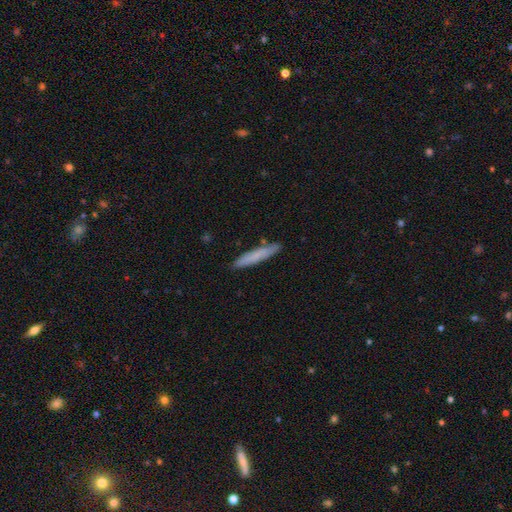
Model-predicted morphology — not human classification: smooth-or-featured: smooth: 73% | featured or disk: 21% | star or artifact: 6%
  how-rounded: cigar-shaped: 94% | in between: 5% | round: 1%
  merging: none: 86% | minor disturbance: 10% | merger: 2% | major disturbance: 2%